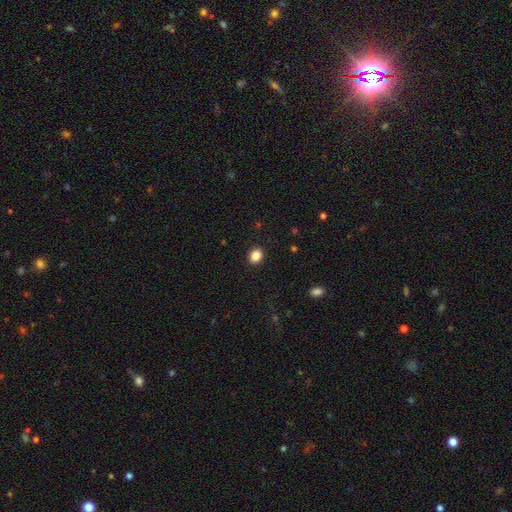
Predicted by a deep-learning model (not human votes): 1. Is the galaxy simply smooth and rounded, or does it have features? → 86% smooth, 10% star or artifact, 4% featured or disk.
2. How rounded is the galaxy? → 53% round, 46% in between, 1% cigar-shaped.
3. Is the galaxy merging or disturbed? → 91% none, 6% minor disturbance, 2% major disturbance, 1% merger.